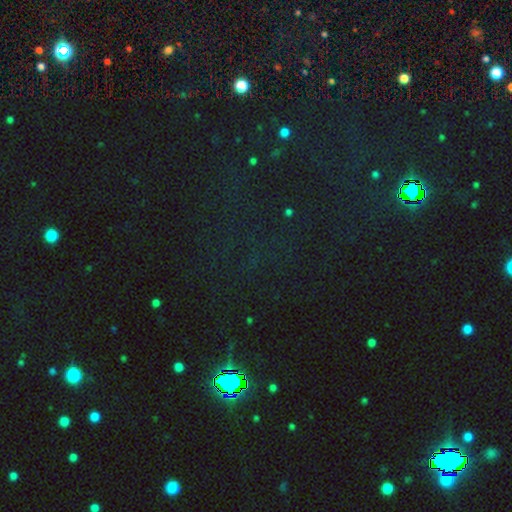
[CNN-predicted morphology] smooth_or_featured: star or artifact (p=0.79) [alt: smooth p=0.14]